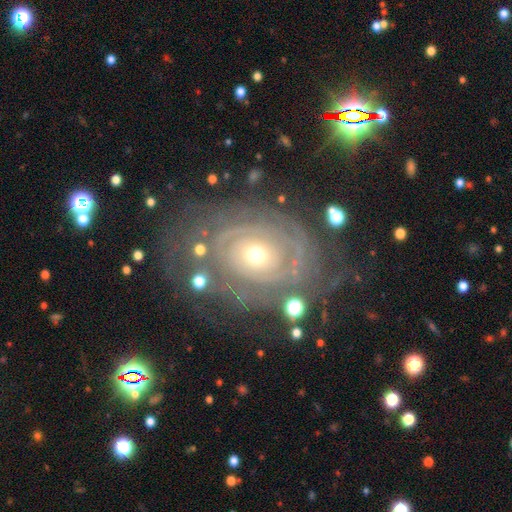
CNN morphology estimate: A featured or disk galaxy (86%) with no bar (84%), tight (80%) spiral arms (90%) and a moderate central bulge (48%). Merging: none (68%).